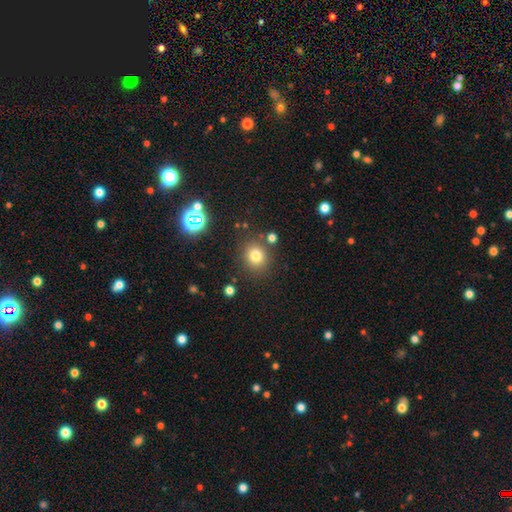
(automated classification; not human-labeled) smooth_or_featured: smooth (p=0.77) [alt: star or artifact p=0.16]
how_rounded: round (p=0.82) [alt: in between p=0.17]
merging: none (p=0.82) [alt: minor disturbance p=0.09]